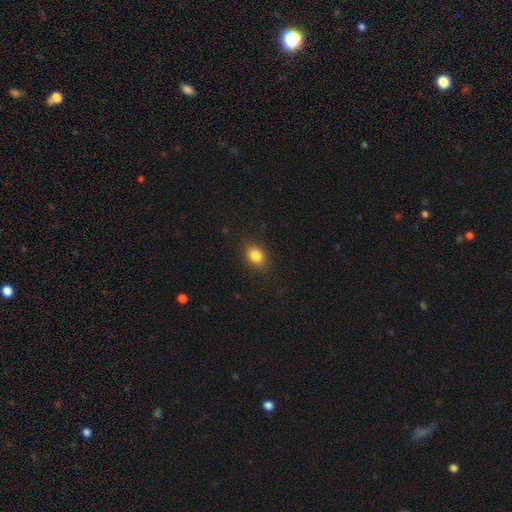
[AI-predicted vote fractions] A smooth galaxy with no disk features (85%) that is in between round and cigar-shaped (61%). Merging: none (86%).